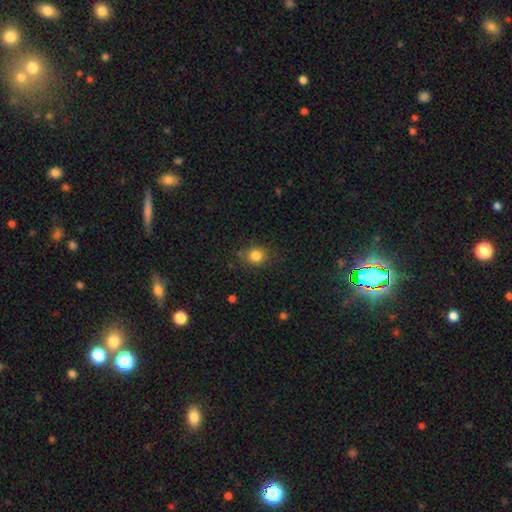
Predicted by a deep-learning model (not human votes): smooth_or_featured: smooth (p=0.83) [alt: star or artifact p=0.12]
how_rounded: round (p=0.78) [alt: in between p=0.21]
merging: none (p=0.80) [alt: minor disturbance p=0.13]